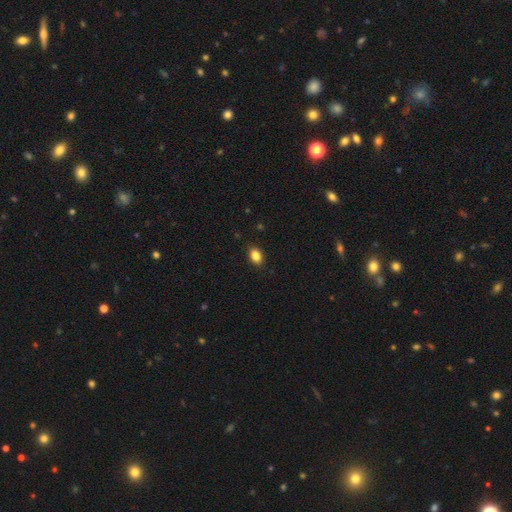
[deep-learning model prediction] Q: Smooth or featured?
A: smooth (85%); runner-up: star or artifact (9%)
Q: How rounded?
A: in between (84%); runner-up: round (14%)
Q: Merging?
A: none (88%); runner-up: minor disturbance (9%)